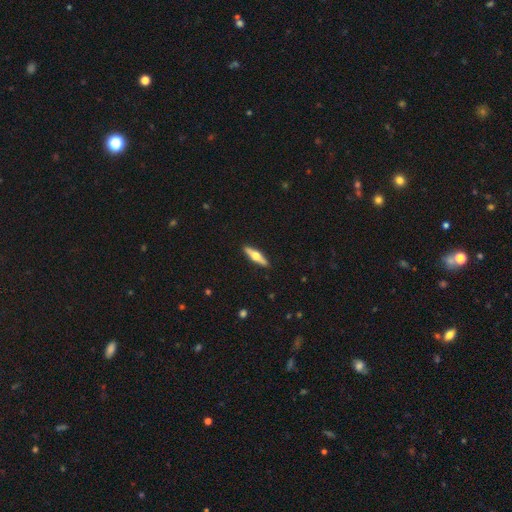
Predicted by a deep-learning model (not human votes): smooth-or-featured: featured or disk: 58% | smooth: 37% | star or artifact: 5%
  disk-edge-on: yes: 95% | no: 5%
    edge-on-bulge: rounded: 95% | boxy: 3% | none: 2%
  merging: none: 91% | minor disturbance: 7% | major disturbance: 1% | merger: 1%